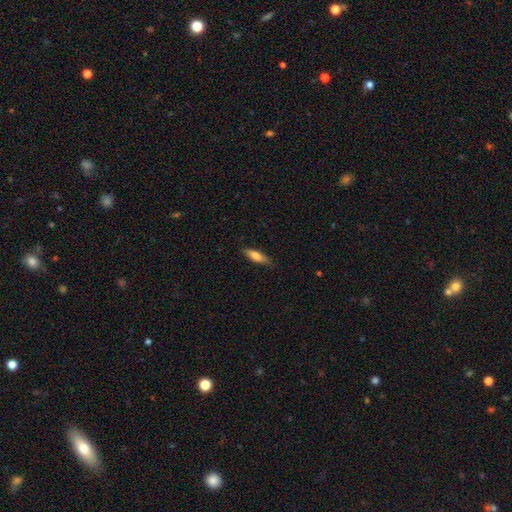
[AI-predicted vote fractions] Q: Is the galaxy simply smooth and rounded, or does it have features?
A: smooth — 73%.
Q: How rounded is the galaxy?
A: cigar-shaped — 55%.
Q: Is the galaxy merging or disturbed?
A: none — 83%.